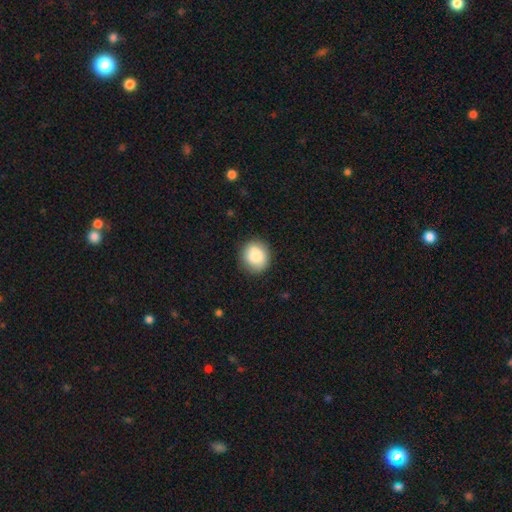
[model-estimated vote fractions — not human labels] Smooth or featured?
  - smooth: 85% *
  - star or artifact: 8%
  - featured or disk: 7%
How rounded?
  - round: 81% *
  - in between: 19%
  - cigar-shaped: 1%
Merging?
  - none: 86% *
  - minor disturbance: 10%
  - major disturbance: 3%
  - merger: 1%